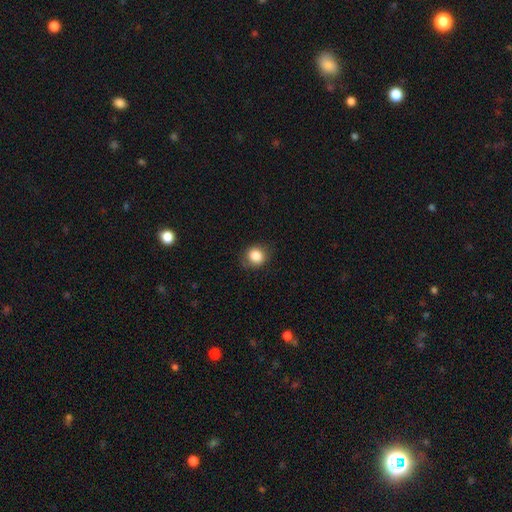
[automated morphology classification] smooth-or-featured: smooth: 85% | star or artifact: 10% | featured or disk: 6%
  how-rounded: round: 80% | in between: 19% | cigar-shaped: 1%
  merging: none: 81% | minor disturbance: 14% | major disturbance: 4% | merger: 1%